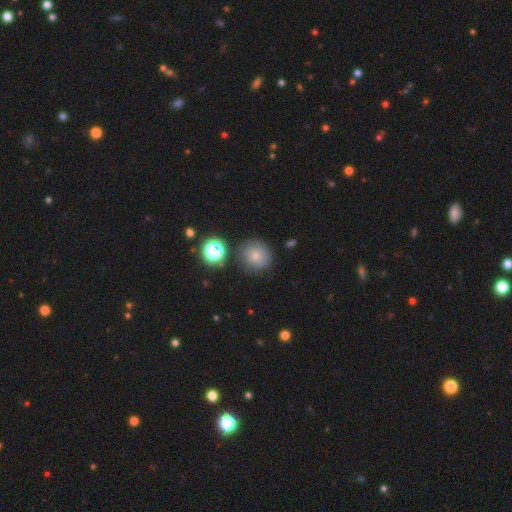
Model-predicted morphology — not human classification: The model was most divided on "smooth or featured": smooth: 77%, star or artifact: 14%, featured or disk: 9%. More confident: how rounded — round (91%); merging — none (81%).